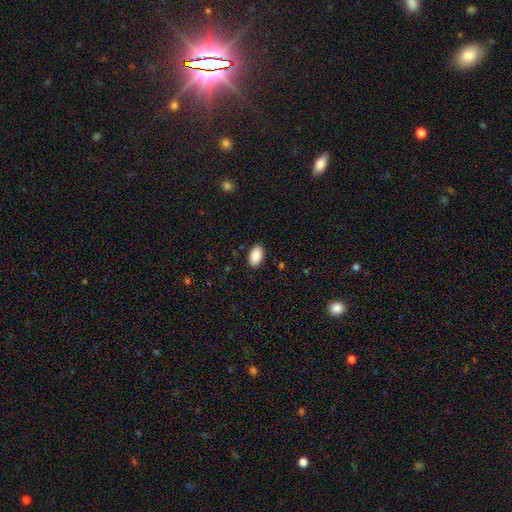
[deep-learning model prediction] A smooth galaxy with no disk features (90%) that is in between round and cigar-shaped (94%). Merging: none (89%).